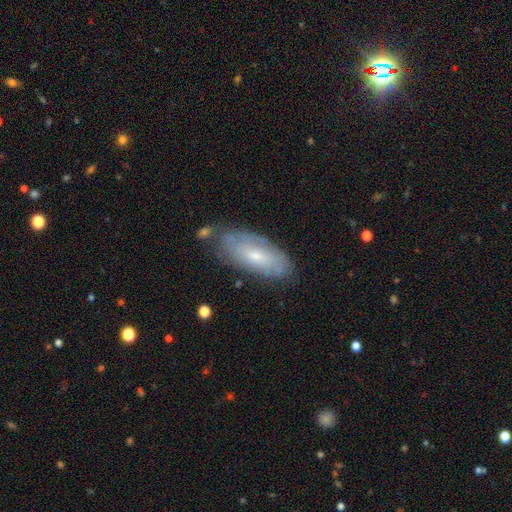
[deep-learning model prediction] Smooth or featured?
  - smooth: 46% * (tied)
  - featured or disk: 46% * (tied)
  - star or artifact: 7%
Merging?
  - none: 69% *
  - minor disturbance: 21%
  - major disturbance: 5%
  - merger: 4%